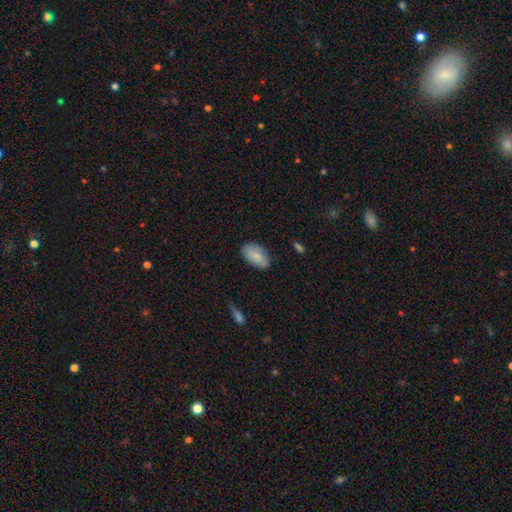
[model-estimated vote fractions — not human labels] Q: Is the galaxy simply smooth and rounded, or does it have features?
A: smooth — 84%.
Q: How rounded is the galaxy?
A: in between — 94%.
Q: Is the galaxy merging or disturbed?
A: none — 79%.